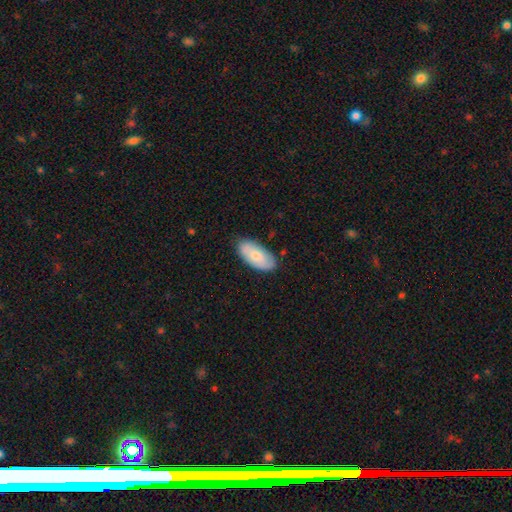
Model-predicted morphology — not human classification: This appears to be a smooth galaxy with no disk features (73%) that is in between round and cigar-shaped (93%). Merging: none (80%).